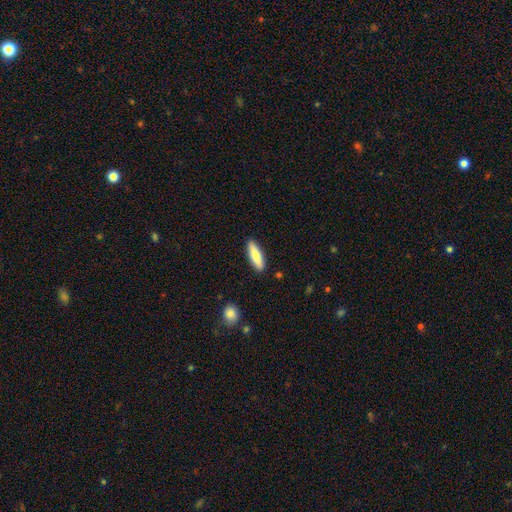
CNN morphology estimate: This appears to be a smooth galaxy with no disk features (81%) that is cigar-shaped (59%). Merging: none (89%).